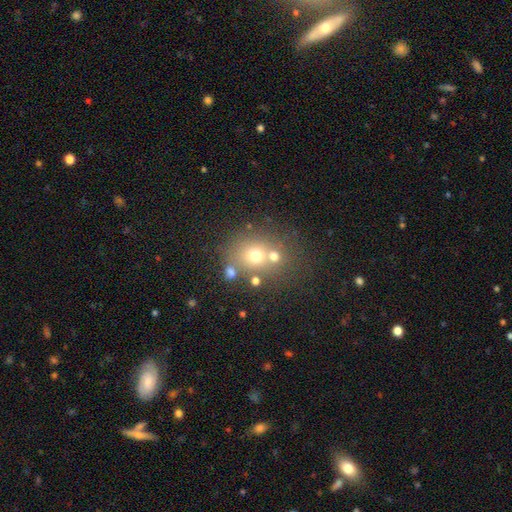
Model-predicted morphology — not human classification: Overall: smooth (62%). How rounded: round (71%). Merging: none (54%; merger 31%).